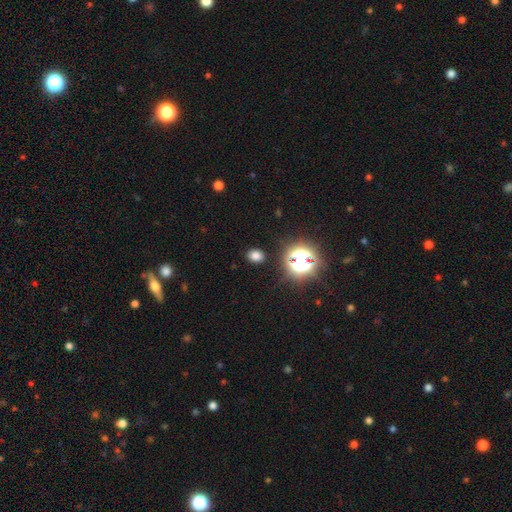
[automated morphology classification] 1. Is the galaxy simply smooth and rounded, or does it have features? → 73% smooth, 21% star or artifact, 6% featured or disk.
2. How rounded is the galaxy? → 50% in between, 49% round, 1% cigar-shaped.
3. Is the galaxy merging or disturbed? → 88% none, 8% minor disturbance, 3% major disturbance, 2% merger.